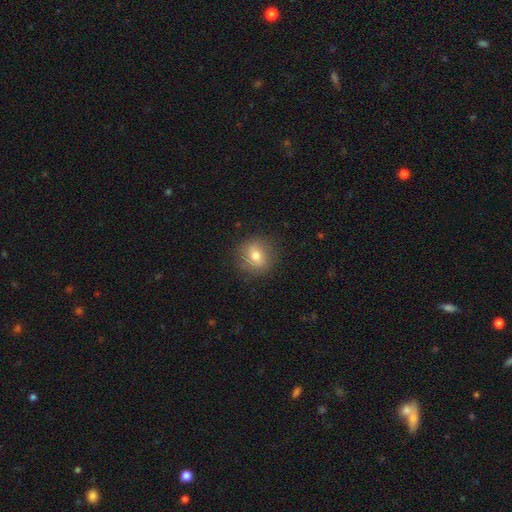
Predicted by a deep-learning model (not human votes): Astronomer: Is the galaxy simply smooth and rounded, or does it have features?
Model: smooth — 72%.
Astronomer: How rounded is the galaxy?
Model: round — 80%.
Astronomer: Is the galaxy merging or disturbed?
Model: none — 85%.